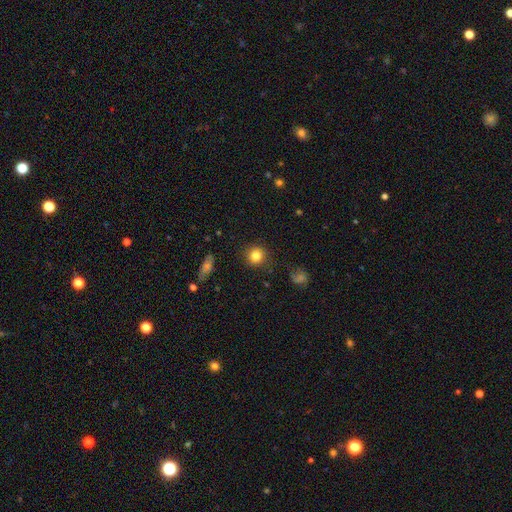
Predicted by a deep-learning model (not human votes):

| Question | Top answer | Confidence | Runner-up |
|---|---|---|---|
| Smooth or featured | smooth | 83% | star or artifact (11%) |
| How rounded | round | 91% | in between (8%) |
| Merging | none | 88% | minor disturbance (8%) |